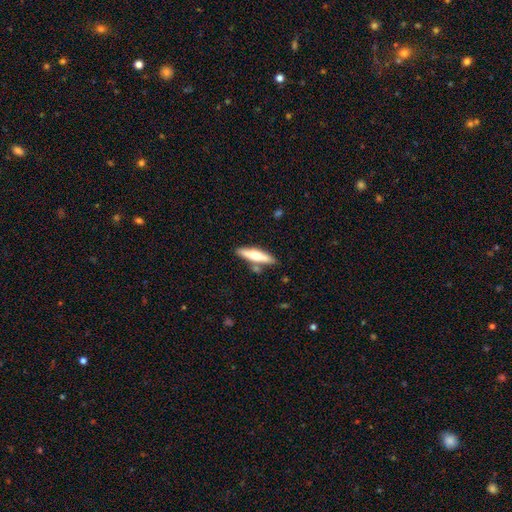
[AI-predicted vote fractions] A smooth galaxy with no disk features (54%) that is cigar-shaped (76%).

Vote fractions:
- Smooth or featured? smooth: 54% / featured or disk: 40% / star or artifact: 5%
- How rounded? cigar-shaped: 76% / in between: 23% / round: 2%
- Merging? none: 77% / minor disturbance: 12% / merger: 8% / major disturbance: 3%